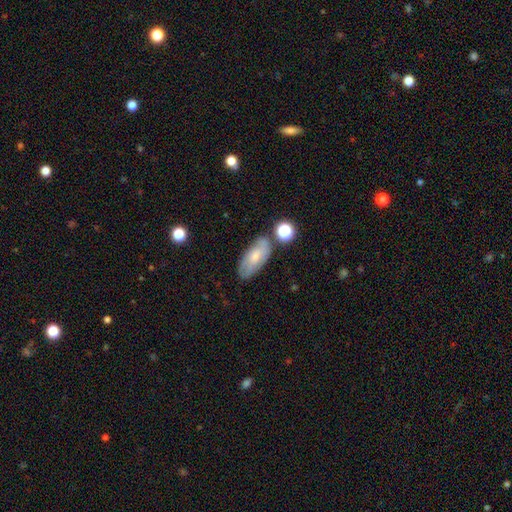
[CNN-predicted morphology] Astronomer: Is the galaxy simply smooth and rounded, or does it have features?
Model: smooth — 52% (runner-up: featured or disk, 39%).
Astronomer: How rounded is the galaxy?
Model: in between — 86%.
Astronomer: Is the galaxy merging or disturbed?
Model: none — 68%.